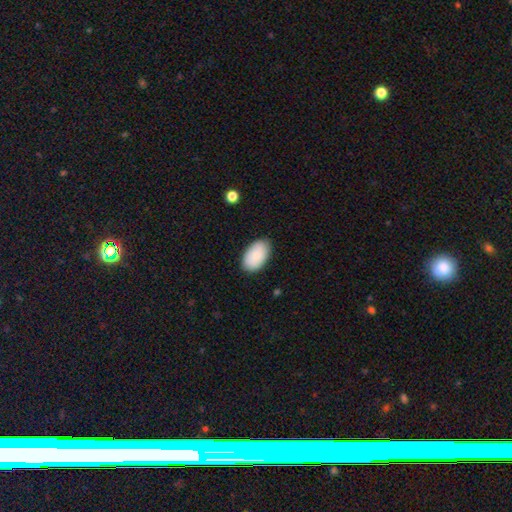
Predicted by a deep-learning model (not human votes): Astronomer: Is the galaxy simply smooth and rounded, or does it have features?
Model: smooth — 86%.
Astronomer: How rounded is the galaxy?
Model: in between — 95%.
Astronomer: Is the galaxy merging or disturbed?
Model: none — 85%.